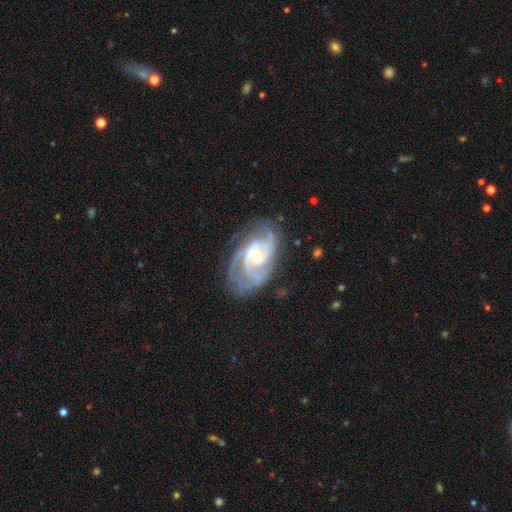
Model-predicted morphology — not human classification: featured or disk 89%, smooth 6%, star or artifact 5%. Down the decision tree: edge-on disk — no (97%); bar — no (58%); spiral arms — yes (97%); spiral arm count — 2 (32%); spiral winding — tight (53%); bulge size — small (49%); merging — none (68%).